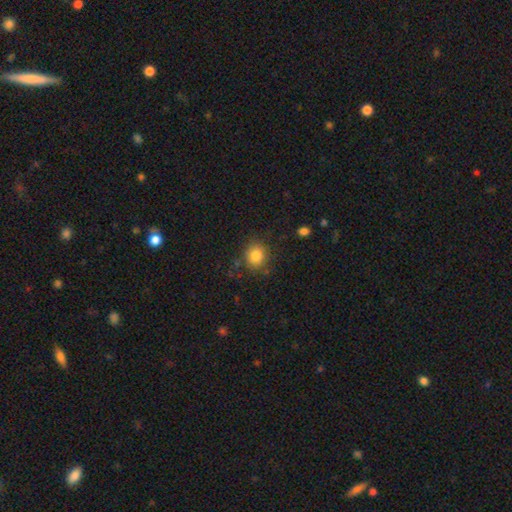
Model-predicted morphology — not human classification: smooth-or-featured: smooth: 82% | star or artifact: 11% | featured or disk: 7%
  how-rounded: round: 74% | in between: 25% | cigar-shaped: 1%
  merging: none: 81% | minor disturbance: 13% | major disturbance: 4% | merger: 3%